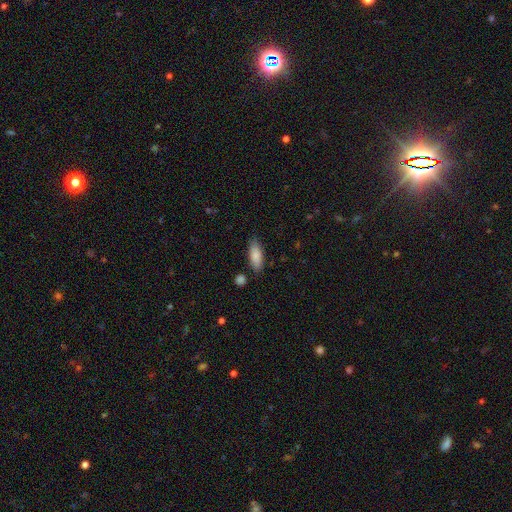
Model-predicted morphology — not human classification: Smooth or featured: smooth — 86% (featured or disk — 8%)
How rounded: in between — 74% (cigar-shaped — 24%)
Merging: none — 80% (minor disturbance — 14%)